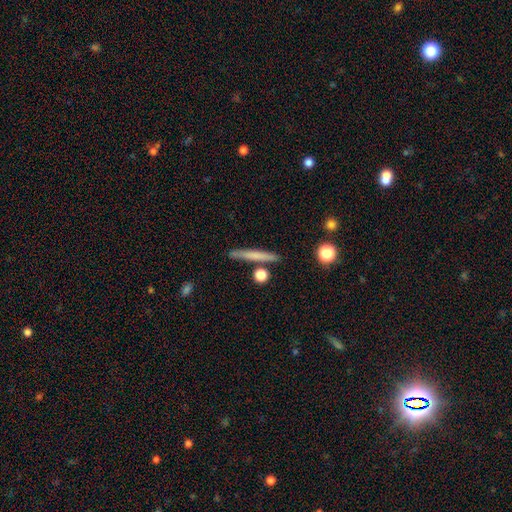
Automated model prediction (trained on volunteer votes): Smooth or featured? smooth (64%)
How rounded? cigar-shaped (94%)
Merging? none (85%)